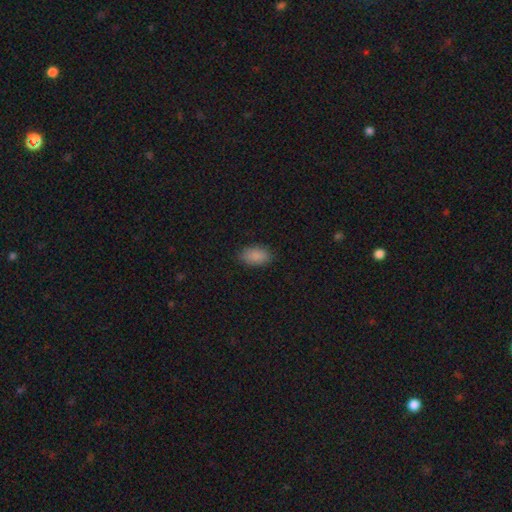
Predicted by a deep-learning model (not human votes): Q: Smooth or featured?
A: smooth (88%); runner-up: star or artifact (8%)
Q: How rounded?
A: in between (91%); runner-up: round (7%)
Q: Merging?
A: none (84%); runner-up: minor disturbance (12%)